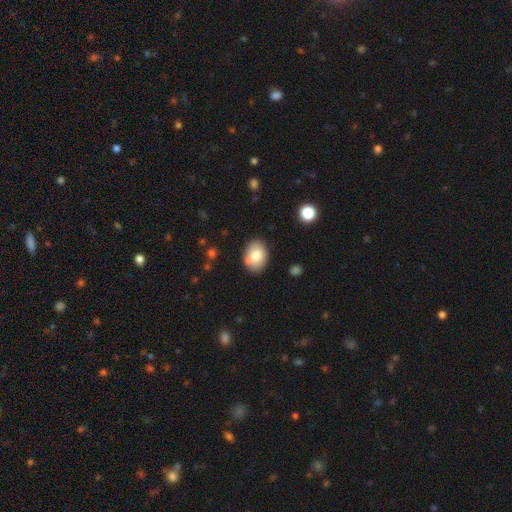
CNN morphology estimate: Q: Smooth or featured?
A: smooth (78%); runner-up: featured or disk (14%)
Q: How rounded?
A: in between (76%); runner-up: round (23%)
Q: Merging?
A: none (74%); runner-up: minor disturbance (14%)